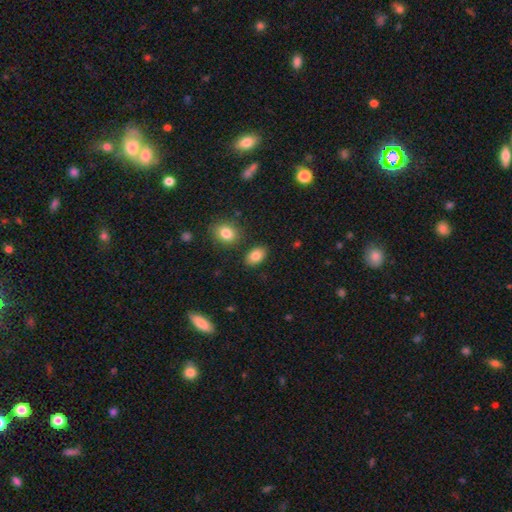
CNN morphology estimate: Overall: smooth (83%). How rounded: in between (88%). Merging: none (84%).